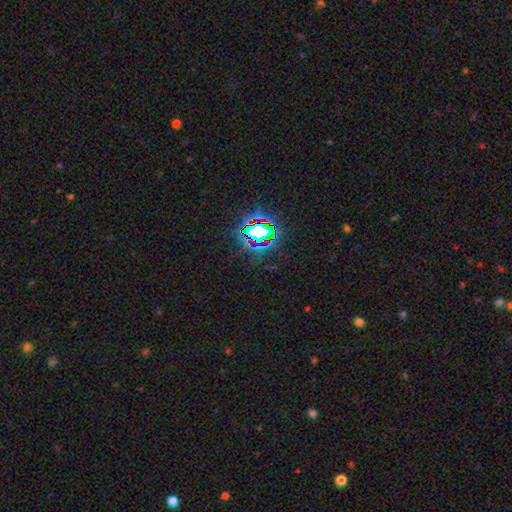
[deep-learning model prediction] smooth_or_featured: star or artifact (p=0.80) [alt: smooth p=0.12]